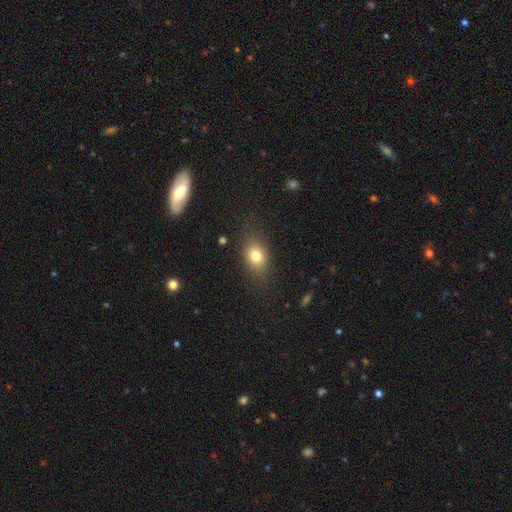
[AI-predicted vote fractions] Smooth or featured? smooth (78%)
How rounded? in between (69%)
Merging? none (77%)